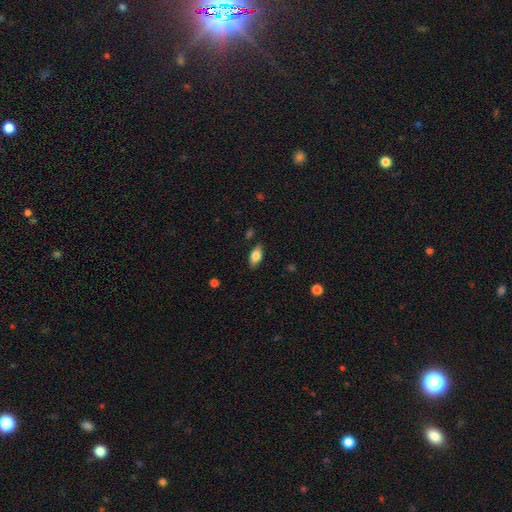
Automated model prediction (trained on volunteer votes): Smooth or featured: smooth — 77% (featured or disk — 16%)
How rounded: in between — 89% (cigar-shaped — 7%)
Merging: none — 84% (minor disturbance — 12%)